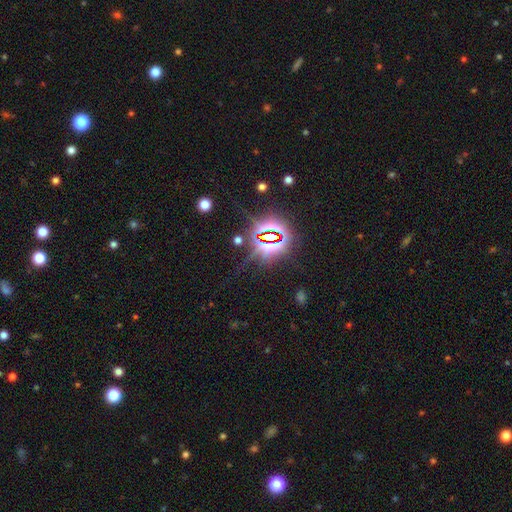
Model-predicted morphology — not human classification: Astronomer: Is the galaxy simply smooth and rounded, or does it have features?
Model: star or artifact — 82%.